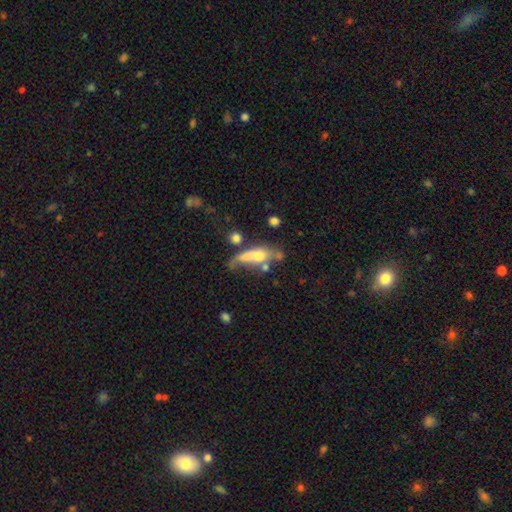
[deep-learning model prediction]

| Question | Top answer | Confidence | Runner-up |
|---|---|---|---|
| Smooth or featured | smooth | 53% | featured or disk (37%) |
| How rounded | in between | 56% | cigar-shaped (37%) |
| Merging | major disturbance | 27% | tied: merger (27%) |